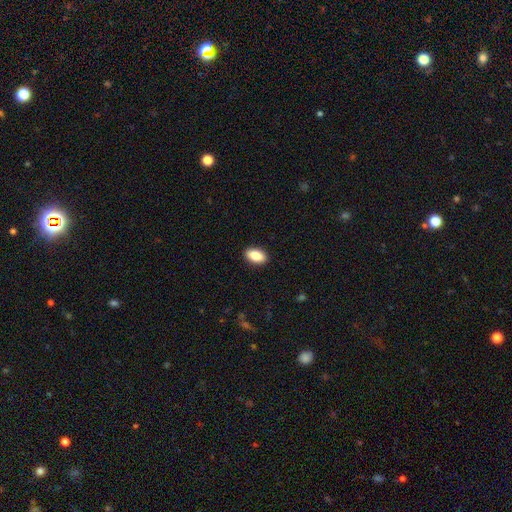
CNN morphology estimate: This is clearly a smooth galaxy (84%). How rounded: clearly in between (91%). Merging: clearly none (91%).